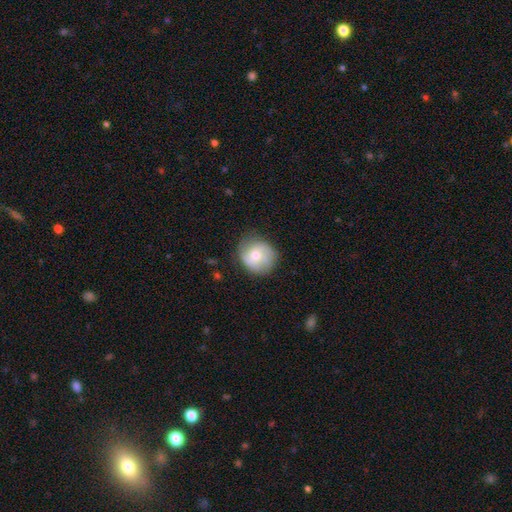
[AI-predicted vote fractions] smooth 57%, featured or disk 35%, star or artifact 8%. Down the decision tree: how rounded — round (84%); merging — none (73%).